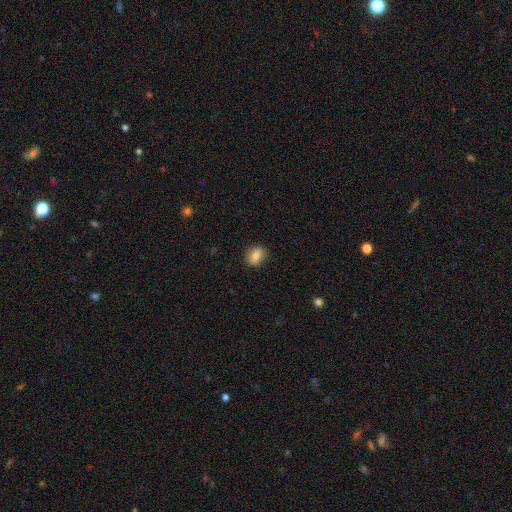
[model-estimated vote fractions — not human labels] smooth_or_featured: smooth (p=0.78) [alt: featured or disk p=0.13]
how_rounded: round (p=0.55) [alt: in between p=0.43]
merging: none (p=0.86) [alt: minor disturbance p=0.11]